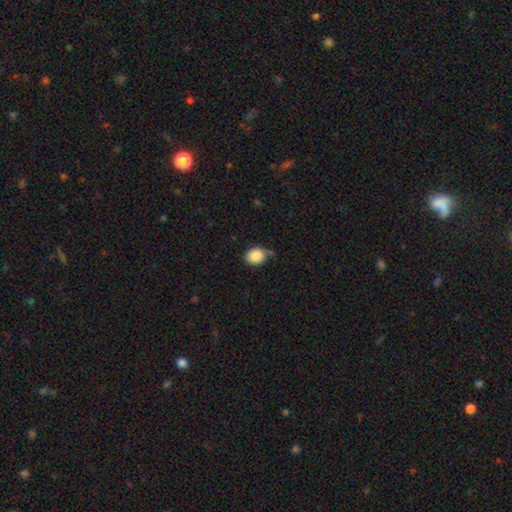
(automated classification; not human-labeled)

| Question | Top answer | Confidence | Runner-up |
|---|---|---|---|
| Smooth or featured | smooth | 87% | star or artifact (8%) |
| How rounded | round | 57% | in between (42%) |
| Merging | none | 62% | minor disturbance (27%) |